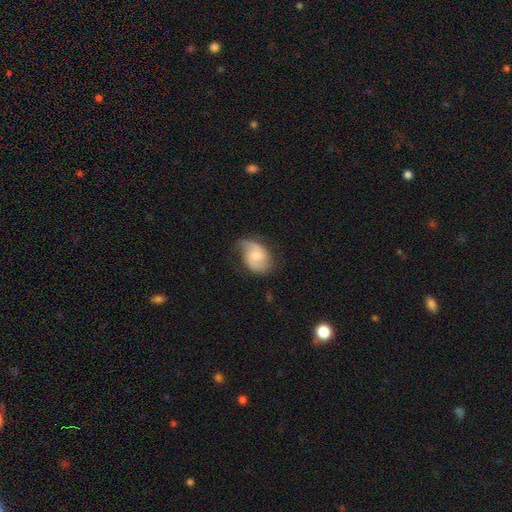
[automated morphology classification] type=featured or disk (54%); edge-on=no (97%); bar=no (61%); spiral arms=yes (89%); bulge=moderate (40%); merging=none (51%).